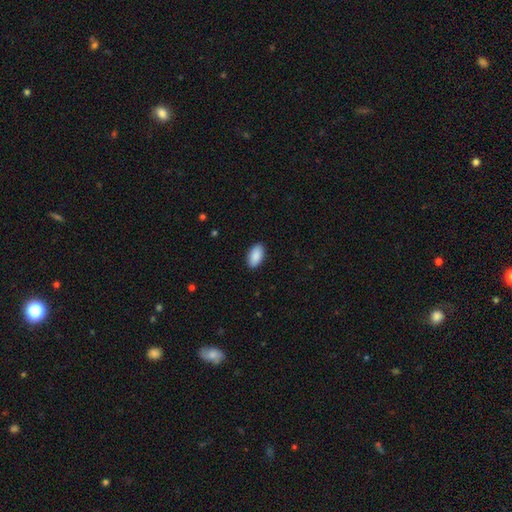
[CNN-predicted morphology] This is clearly a smooth galaxy (90%). How rounded: clearly in between (95%). Merging: clearly none (90%).